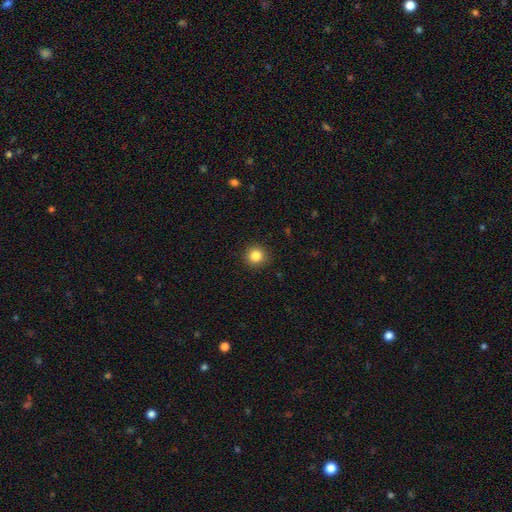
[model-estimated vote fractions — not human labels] Morphology: type=smooth (85%); roundness=round (94%); merging=none (92%).